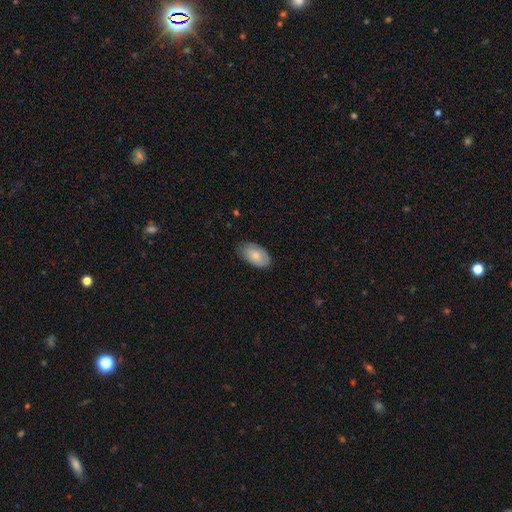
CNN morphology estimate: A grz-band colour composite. It shows a smooth galaxy with no disk features (76%) that is in between round and cigar-shaped (94%). Merging: none (71%).